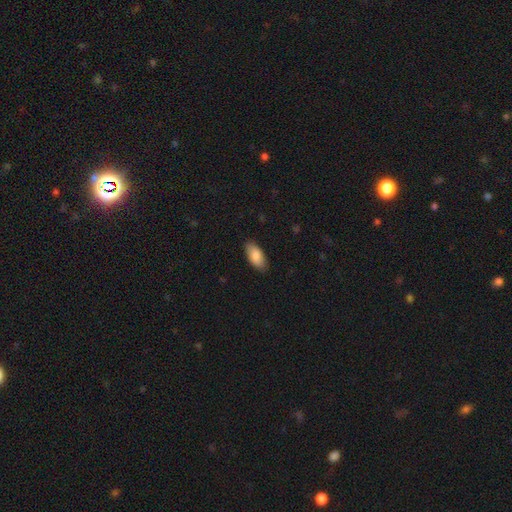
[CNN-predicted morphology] smooth-or-featured: smooth: 86% | featured or disk: 8% | star or artifact: 6%
  how-rounded: in between: 90% | cigar-shaped: 8% | round: 2%
  merging: none: 87% | minor disturbance: 10% | major disturbance: 2% | merger: 1%